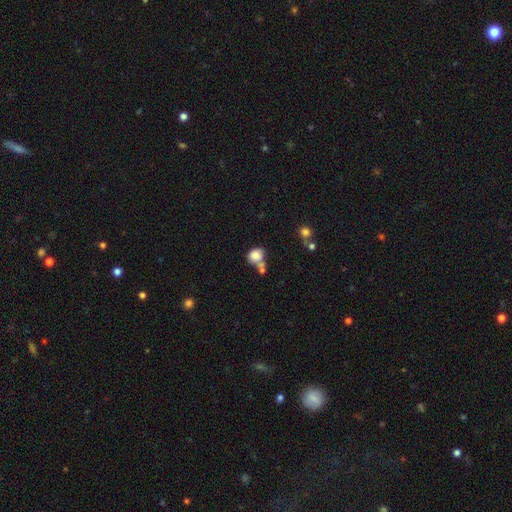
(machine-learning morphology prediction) type=smooth (80%); roundness=round (58%); merging=merger (40%).